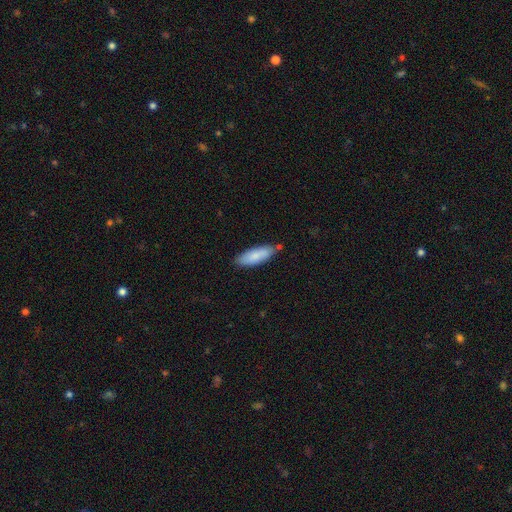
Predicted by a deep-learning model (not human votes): Overall: smooth (83%). How rounded: in between (59%; cigar-shaped 40%). Merging: none (76%).